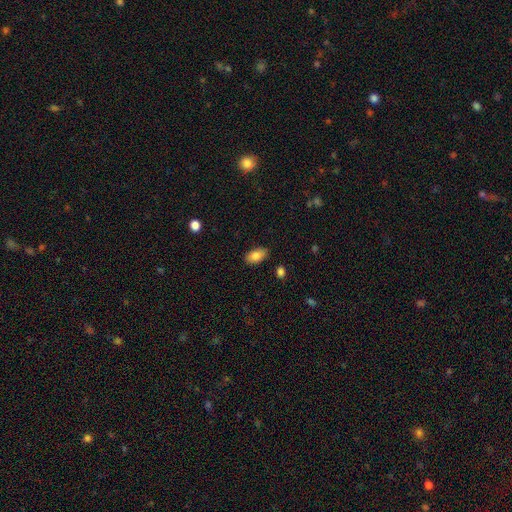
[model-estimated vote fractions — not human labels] Smooth or featured? smooth (83%)
How rounded? in between (93%)
Merging? none (86%)